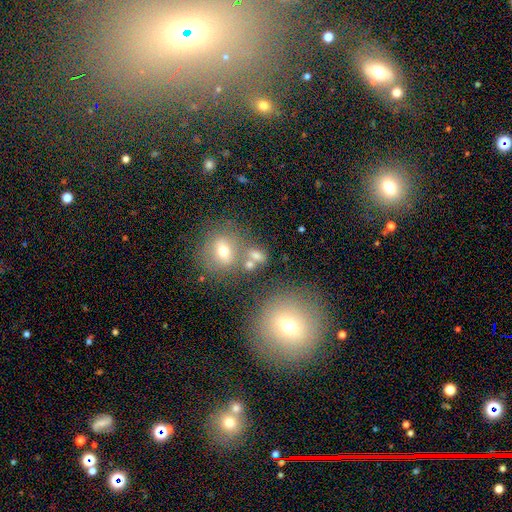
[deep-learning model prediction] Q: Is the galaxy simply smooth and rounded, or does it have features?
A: smooth — 63%.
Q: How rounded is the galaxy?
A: in between — 52%.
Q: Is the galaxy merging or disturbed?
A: none — 45%.